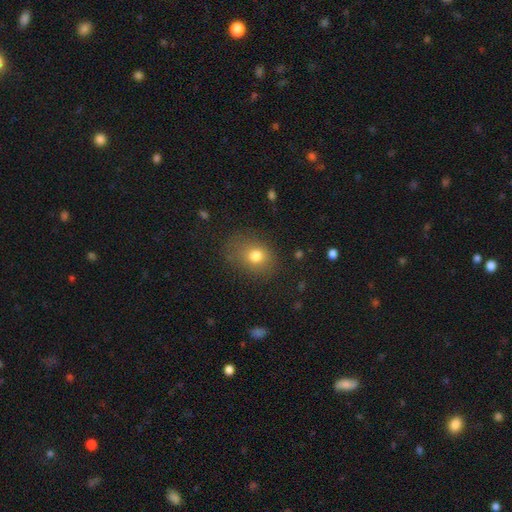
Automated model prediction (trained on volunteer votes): A smooth galaxy with no disk features (77%) that is in between round and cigar-shaped (51%).

Vote fractions:
- Smooth or featured? smooth: 77% / star or artifact: 12% / featured or disk: 11%
- How rounded? in between: 51% / round: 48% / cigar-shaped: 1%
- Merging? none: 72% / minor disturbance: 18% / major disturbance: 9% / merger: 2%